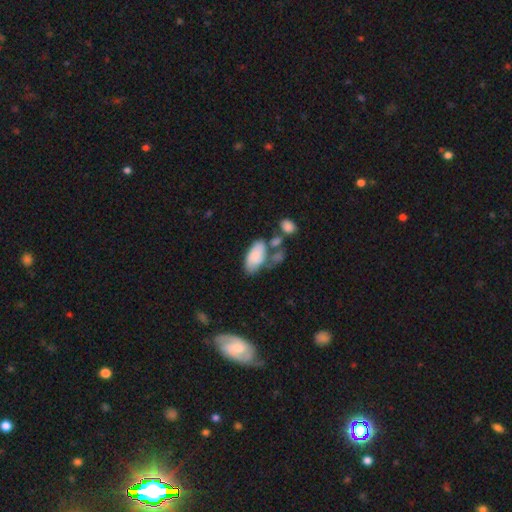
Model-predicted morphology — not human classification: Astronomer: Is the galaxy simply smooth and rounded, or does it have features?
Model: smooth — 76%.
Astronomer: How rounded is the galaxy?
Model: in between — 93%.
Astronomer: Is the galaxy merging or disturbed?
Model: none — 36% (runner-up: merger, 29%).